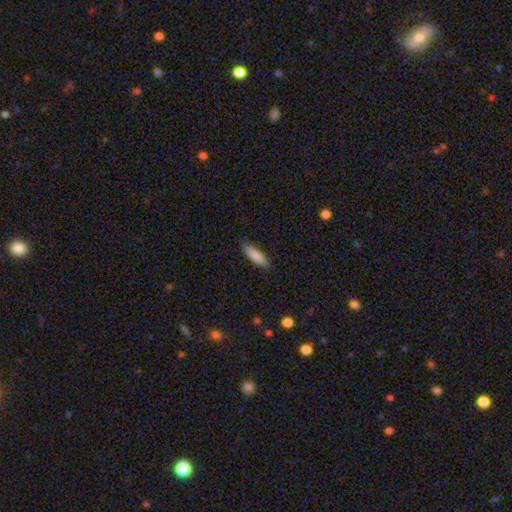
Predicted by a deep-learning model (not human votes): smooth 85%, featured or disk 10%, star or artifact 6%. Down the decision tree: how rounded — cigar-shaped (67%); merging — none (87%).